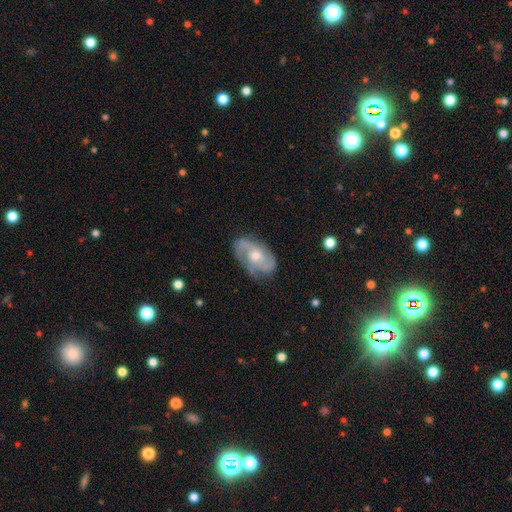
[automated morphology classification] smooth-or-featured: featured or disk: 81% | smooth: 13% | star or artifact: 6%
  disk-edge-on: no: 96% | yes: 4%
    bar: no: 65% | weak: 29% | strong: 6%
    has-spiral-arms: yes: 95% | no: 5%
      spiral-winding: medium: 47% | tight: 34% | loose: 19%
      spiral-arm-count: 2: 52% | 3: 24% | can't tell: 14% | 4: 4% | 1: 3% | more than 4: 3%
    bulge-size: moderate: 60% | small: 34% | large: 3% | none: 2% | dominant: 1%
  merging: none: 73% | minor disturbance: 19% | major disturbance: 6% | merger: 1%